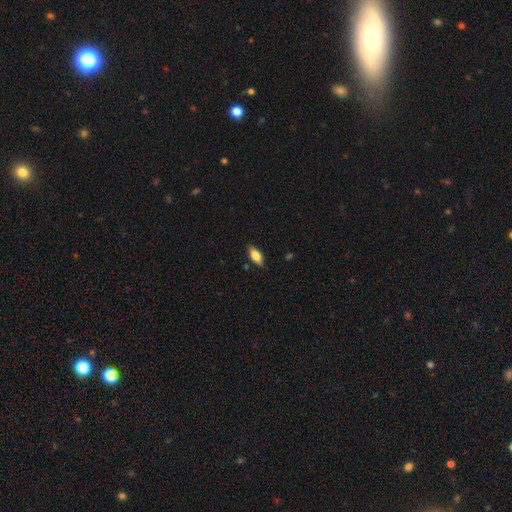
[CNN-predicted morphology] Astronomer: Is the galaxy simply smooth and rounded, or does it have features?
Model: smooth — 70%.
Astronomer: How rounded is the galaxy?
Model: in between — 81%.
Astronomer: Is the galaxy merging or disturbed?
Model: none — 84%.